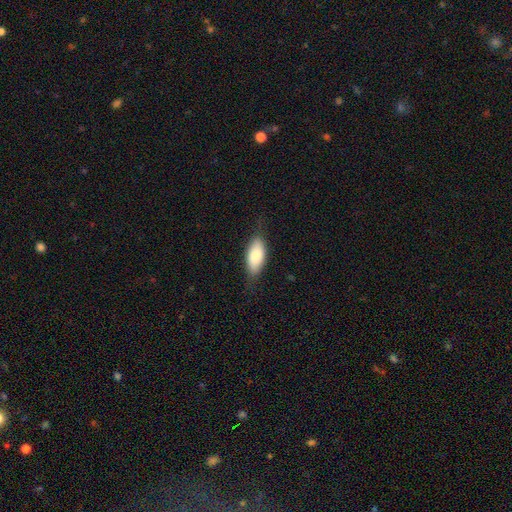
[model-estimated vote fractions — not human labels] smooth-or-featured: smooth: 82% | featured or disk: 13% | star or artifact: 6%
  how-rounded: in between: 86% | cigar-shaped: 12% | round: 2%
  merging: none: 75% | minor disturbance: 20% | major disturbance: 4% | merger: 1%